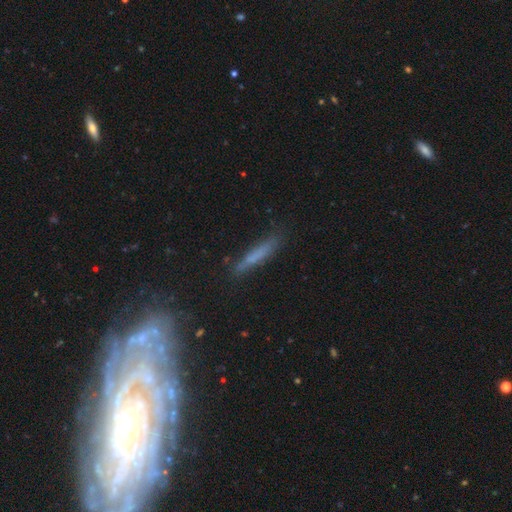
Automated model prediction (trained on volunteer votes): The model was most divided on "smooth or featured": smooth: 59%, featured or disk: 30%, star or artifact: 10%. More confident: how rounded — cigar-shaped (92%); merging — none (76%).